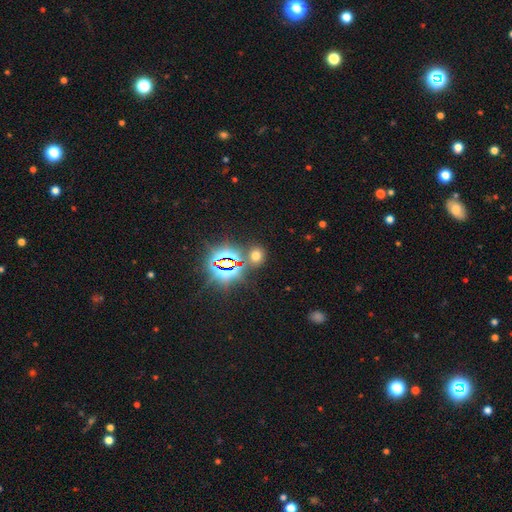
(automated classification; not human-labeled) smooth 55%, star or artifact 38%, featured or disk 7%. Down the decision tree: how rounded — round (71%); merging — none (80%).